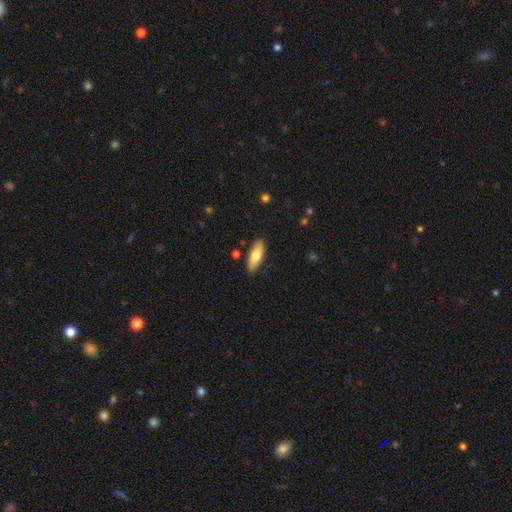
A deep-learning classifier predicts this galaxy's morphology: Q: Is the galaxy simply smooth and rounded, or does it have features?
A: smooth — 74%.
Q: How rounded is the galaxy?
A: in between — 74%.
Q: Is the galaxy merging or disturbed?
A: none — 86%.